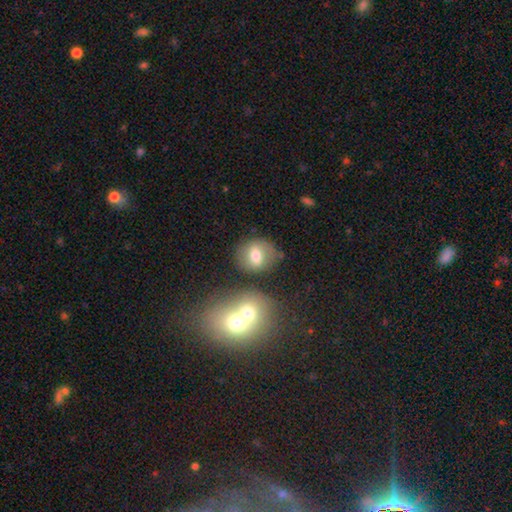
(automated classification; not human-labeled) Overall: smooth (65%; featured or disk 26%). How rounded: round (63%; in between 35%). Merging: none (67%).